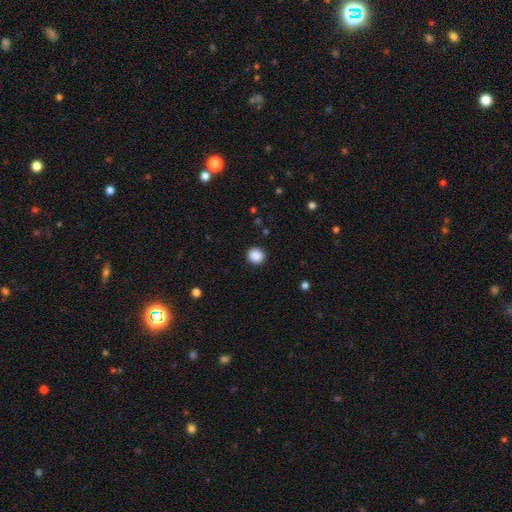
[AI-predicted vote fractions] Smooth or featured? smooth (88%)
How rounded? round (88%)
Merging? none (91%)